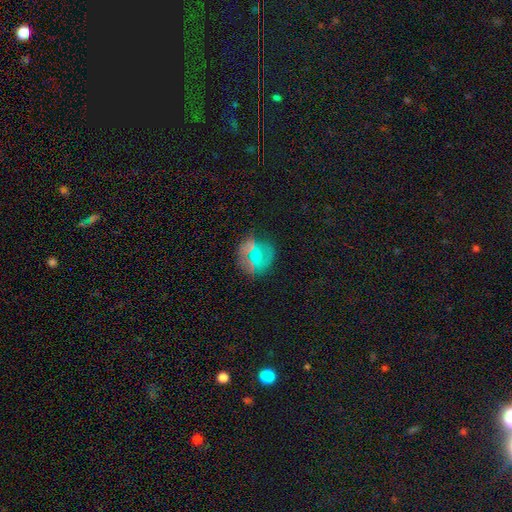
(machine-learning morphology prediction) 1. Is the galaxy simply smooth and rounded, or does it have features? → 47% smooth, 32% featured or disk, 21% star or artifact.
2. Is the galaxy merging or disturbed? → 69% none, 17% minor disturbance, 8% major disturbance, 7% merger.